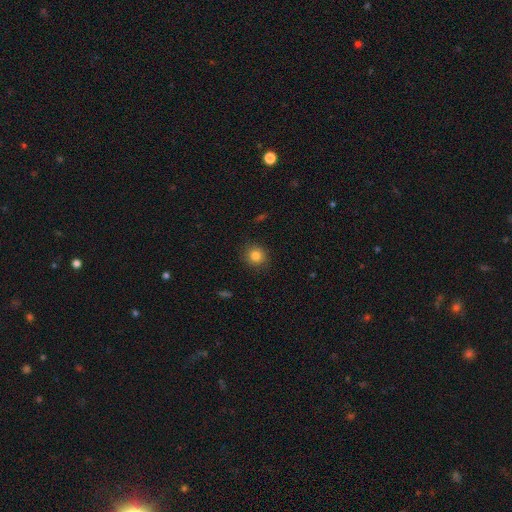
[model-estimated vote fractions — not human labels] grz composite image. It shows a smooth galaxy with no disk features (82%) that is round (88%). Merging: none (89%).